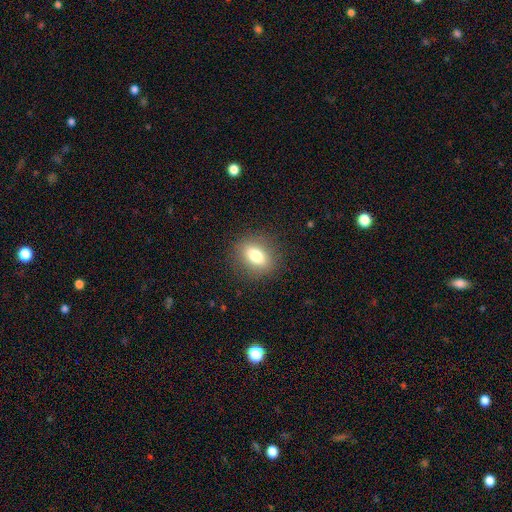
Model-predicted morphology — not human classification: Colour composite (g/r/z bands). It shows a smooth galaxy with no disk features (76%) that is in between round and cigar-shaped (65%). Merging: none (87%).